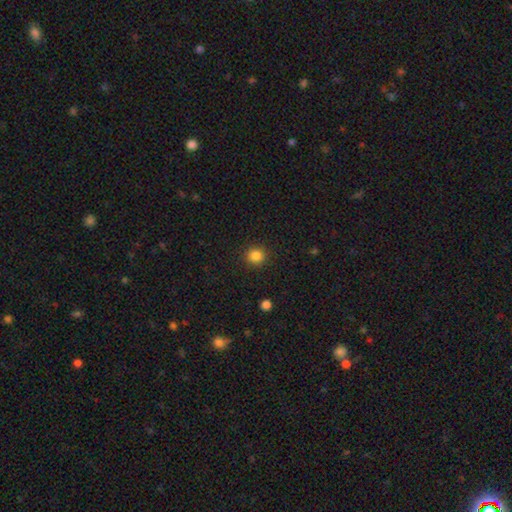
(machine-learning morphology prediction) type=smooth (85%); roundness=round (88%); merging=none (91%).